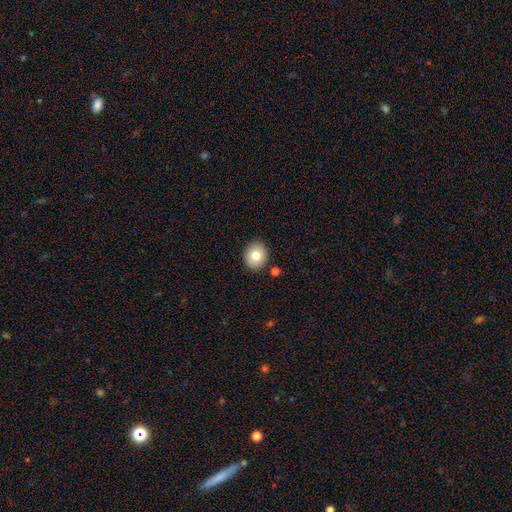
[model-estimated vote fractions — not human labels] Smooth or featured: smooth — 79% (featured or disk — 12%)
How rounded: round — 70% (in between — 29%)
Merging: none — 87% (minor disturbance — 8%)